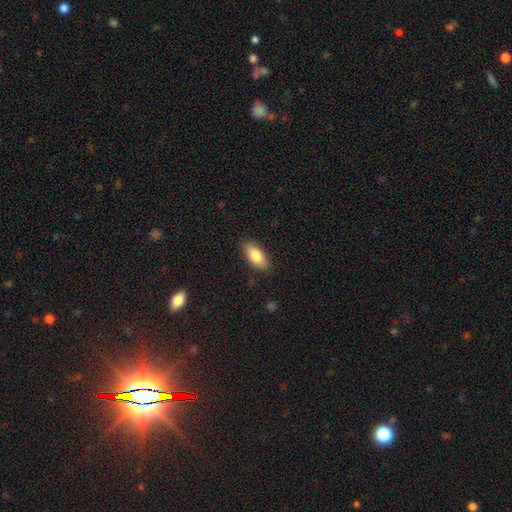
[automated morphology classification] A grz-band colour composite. It shows a smooth galaxy with no disk features (83%) that is in between round and cigar-shaped (90%). Merging: none (87%).